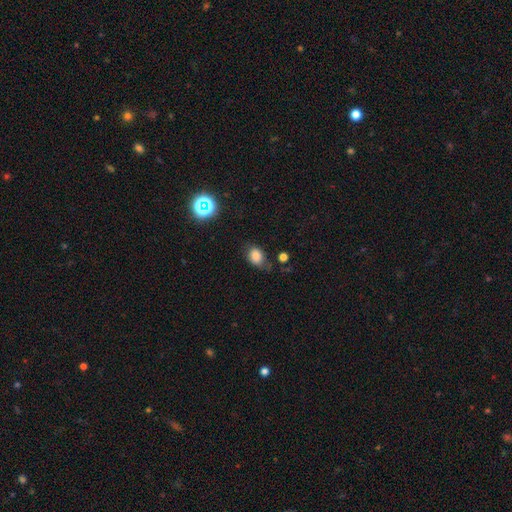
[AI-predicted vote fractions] The model was most divided on "merging": none: 62%, minor disturbance: 26%, major disturbance: 8%, merger: 3%. More confident: smooth or featured — smooth (80%); how rounded — in between (68%).